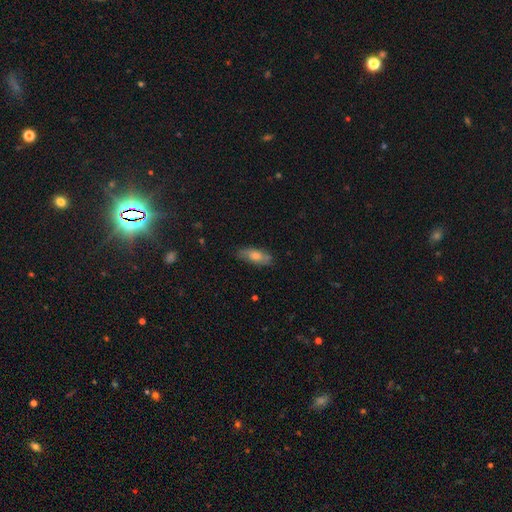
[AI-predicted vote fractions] smooth 66%, featured or disk 27%, star or artifact 7%. Down the decision tree: how rounded — in between (74%); merging — none (74%).